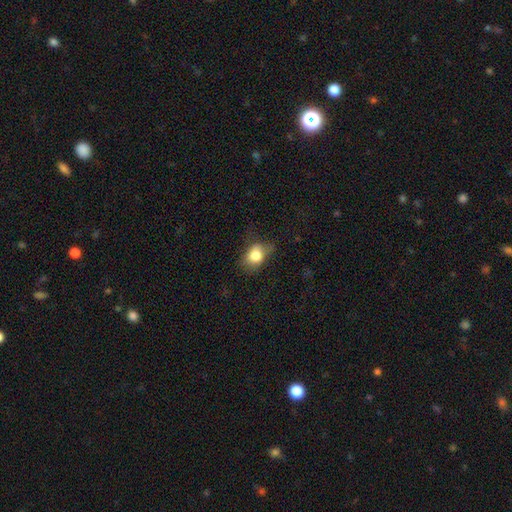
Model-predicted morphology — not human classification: smooth_or_featured: smooth (p=0.80) [alt: featured or disk p=0.11]
how_rounded: in between (p=0.64) [alt: round p=0.35]
merging: none (p=0.55) [alt: minor disturbance p=0.31]